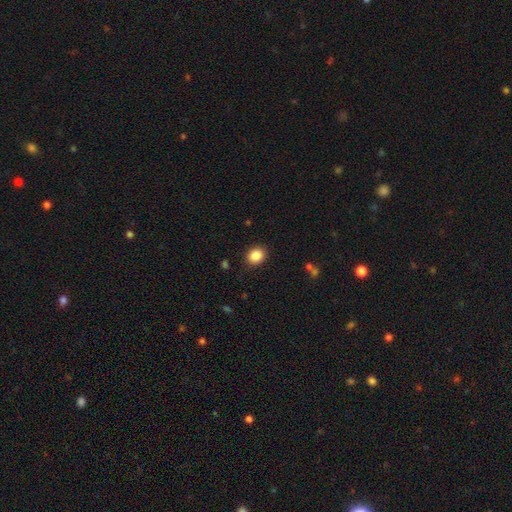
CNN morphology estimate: Smooth or featured? smooth (87%)
How rounded? round (56%)
Merging? none (89%)